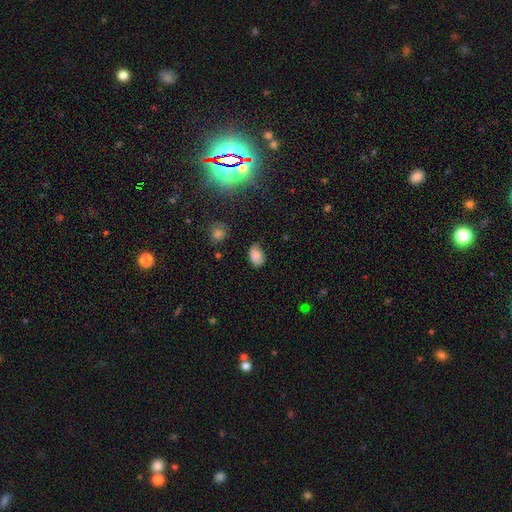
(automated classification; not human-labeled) Smooth or featured? Predicted: smooth (p=0.83). How rounded? Predicted: in between (p=0.84). Merging? Predicted: none (p=0.59).